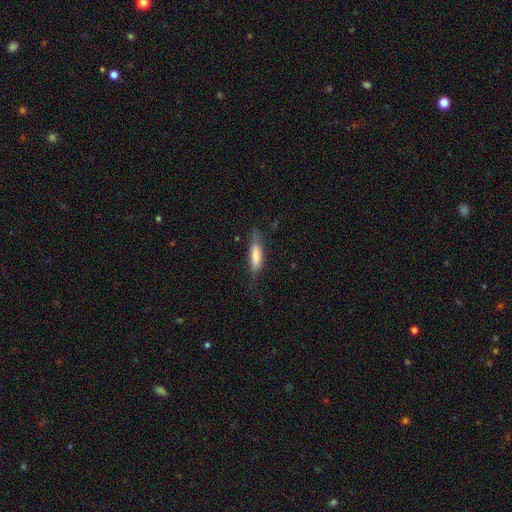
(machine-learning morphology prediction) type=smooth (78%); roundness=in between (52%); merging=none (58%).